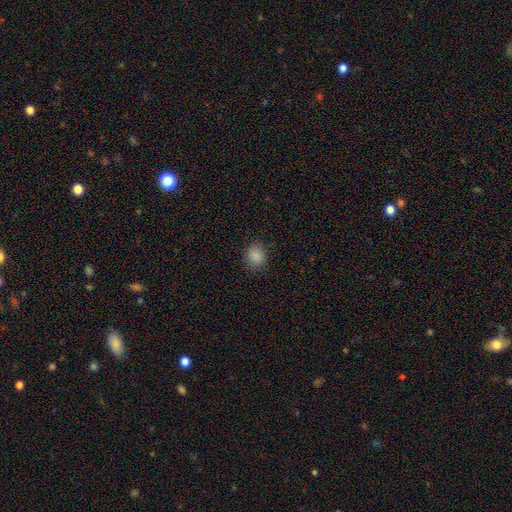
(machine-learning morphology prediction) Smooth or featured? Predicted: smooth (p=0.86). How rounded? Predicted: round (p=0.56). Merging? Predicted: none (p=0.84).